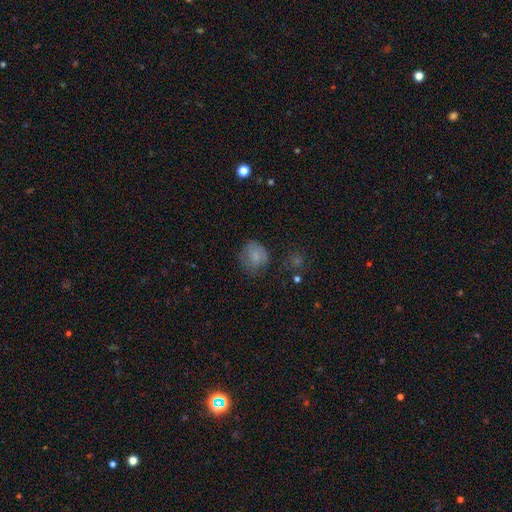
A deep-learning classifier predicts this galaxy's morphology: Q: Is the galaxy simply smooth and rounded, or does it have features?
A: smooth — 74%.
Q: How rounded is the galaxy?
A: round — 67%.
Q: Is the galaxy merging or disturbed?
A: none — 60%.